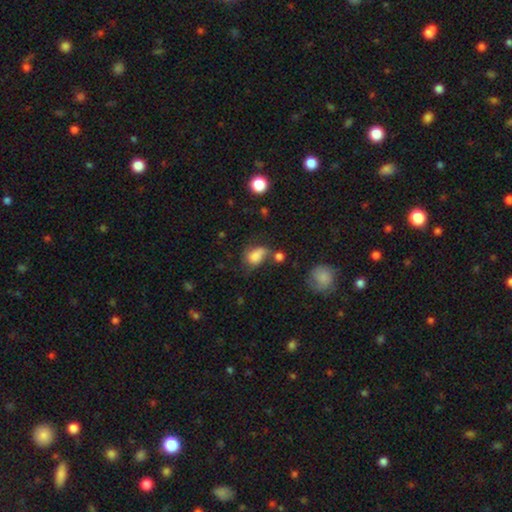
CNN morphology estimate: Smooth or featured?
  - smooth: 76% *
  - featured or disk: 13%
  - star or artifact: 11%
How rounded?
  - in between: 76% *
  - round: 22%
  - cigar-shaped: 2%
Merging?
  - none: 32% *
  - minor disturbance: 28%
  - major disturbance: 23%
  - merger: 17%